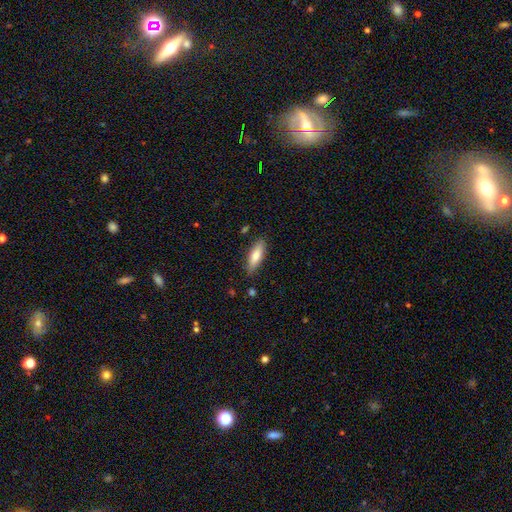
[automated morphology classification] A smooth galaxy with no disk features (75%) that is in between round and cigar-shaped (51%).

Vote fractions:
- Smooth or featured? smooth: 75% / featured or disk: 19% / star or artifact: 6%
- How rounded? in between: 51% / cigar-shaped: 47% / round: 2%
- Merging? none: 84% / minor disturbance: 12% / major disturbance: 2% / merger: 2%